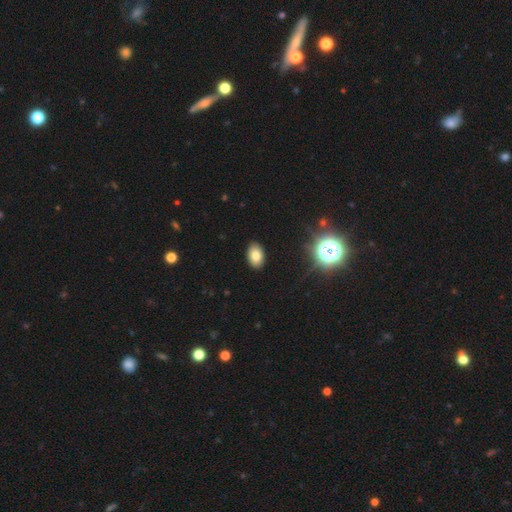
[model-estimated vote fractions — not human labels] This is likely a smooth galaxy (79%). How rounded: clearly in between (90%). Merging: clearly none (89%).